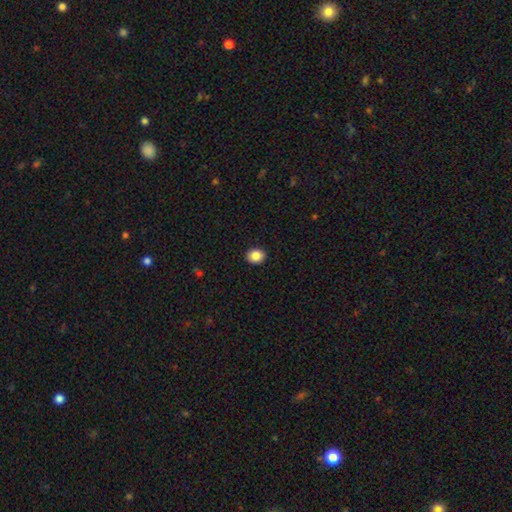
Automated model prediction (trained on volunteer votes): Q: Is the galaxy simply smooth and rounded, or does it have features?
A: smooth — 87%.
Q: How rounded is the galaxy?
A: round — 62%.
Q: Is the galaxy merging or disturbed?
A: none — 92%.